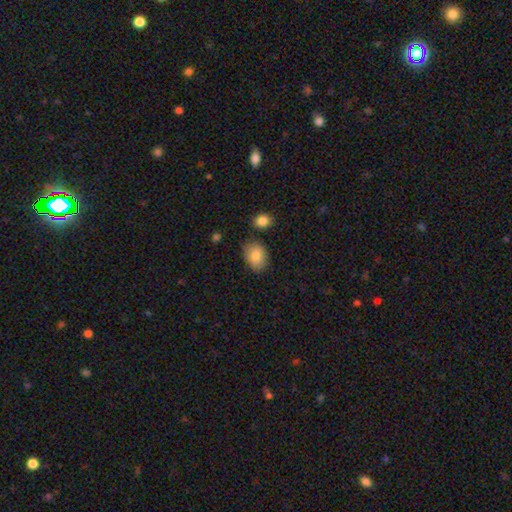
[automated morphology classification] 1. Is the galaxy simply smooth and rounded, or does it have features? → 85% smooth, 8% featured or disk, 7% star or artifact.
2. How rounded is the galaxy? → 76% in between, 23% round, 1% cigar-shaped.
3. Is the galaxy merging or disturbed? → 77% none, 15% minor disturbance, 4% merger, 3% major disturbance.